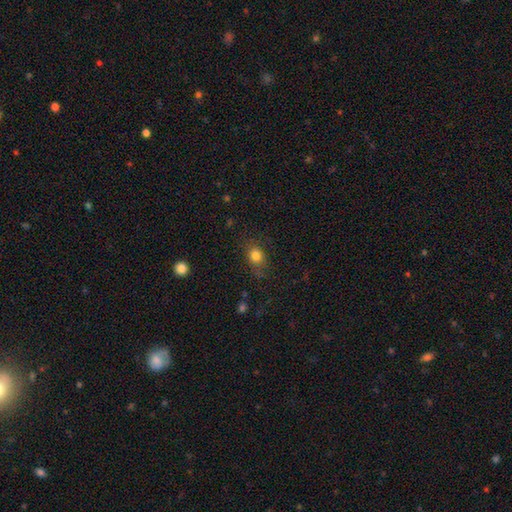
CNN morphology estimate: Smooth or featured: smooth — 81% (star or artifact — 12%)
How rounded: round — 57% (in between — 41%)
Merging: none — 76% (minor disturbance — 17%)